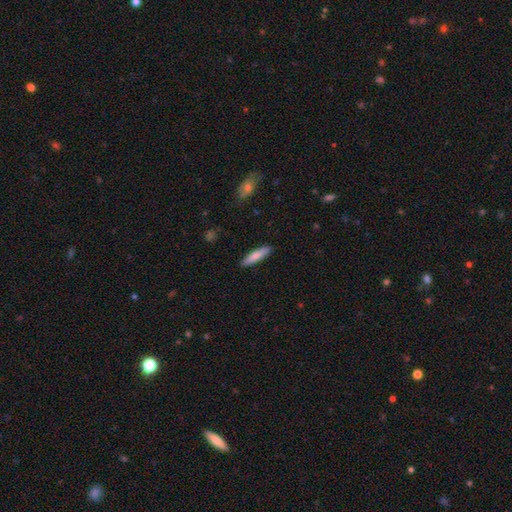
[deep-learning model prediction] smooth-or-featured: smooth: 79% | featured or disk: 15% | star or artifact: 5%
  how-rounded: cigar-shaped: 82% | in between: 17% | round: 1%
  merging: none: 90% | minor disturbance: 7% | major disturbance: 2% | merger: 1%